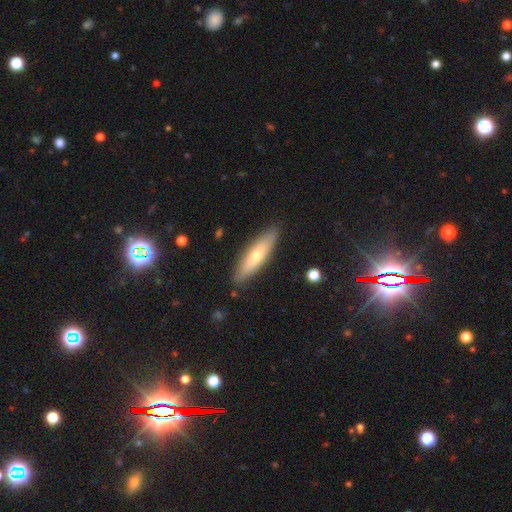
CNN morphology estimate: type=smooth (59%); roundness=cigar-shaped (70%); merging=none (88%).